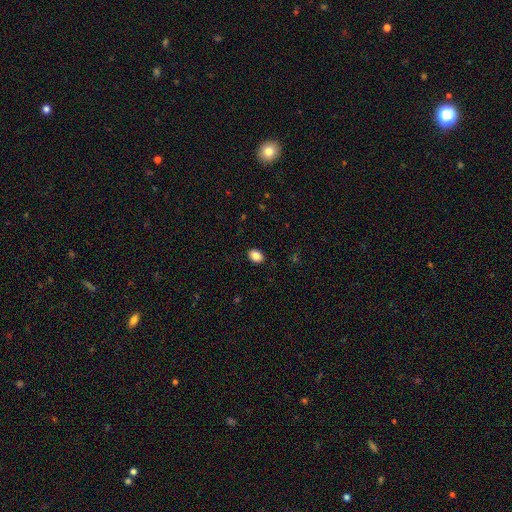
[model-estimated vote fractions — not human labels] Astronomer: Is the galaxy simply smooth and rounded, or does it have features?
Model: smooth — 86%.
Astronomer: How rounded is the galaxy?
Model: in between — 70%.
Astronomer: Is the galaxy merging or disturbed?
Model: none — 90%.